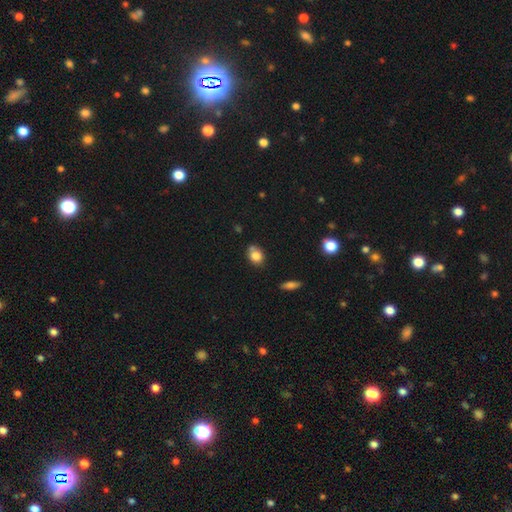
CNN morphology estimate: type=smooth (81%); roundness=in between (50%); merging=none (58%).